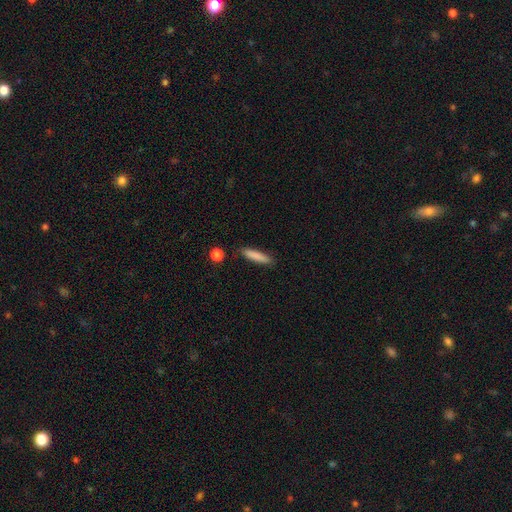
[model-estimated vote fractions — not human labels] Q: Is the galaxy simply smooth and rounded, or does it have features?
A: smooth — 84%.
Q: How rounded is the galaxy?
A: cigar-shaped — 86%.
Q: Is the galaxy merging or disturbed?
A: none — 85%.